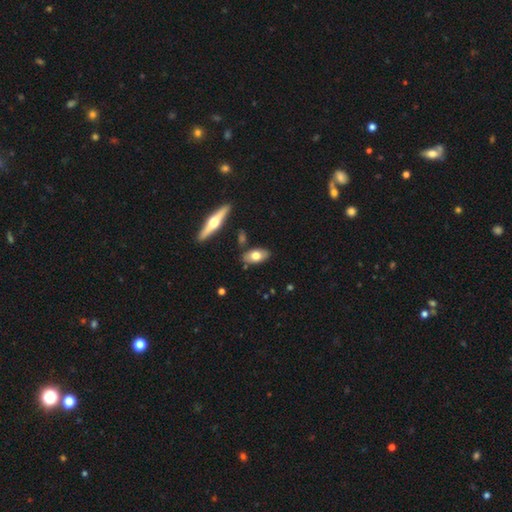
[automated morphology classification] Smooth or featured? Predicted: smooth (p=0.65). How rounded? Predicted: in between (p=0.87). Merging? Predicted: none (p=0.83).